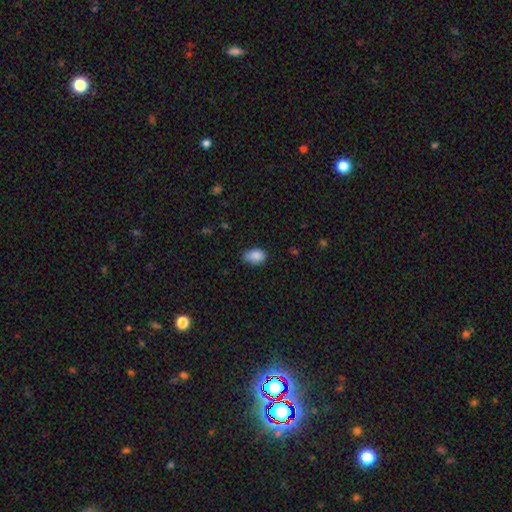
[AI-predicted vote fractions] Overall: smooth (87%). How rounded: in between (88%). Merging: none (64%; minor disturbance 30%).